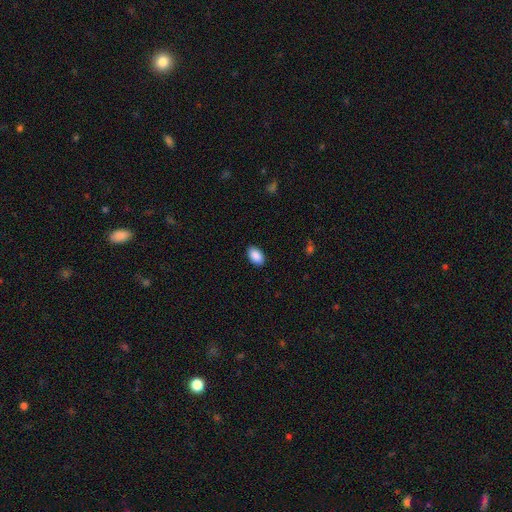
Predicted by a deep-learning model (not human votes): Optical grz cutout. It shows a smooth galaxy with no disk features (90%) that is in between round and cigar-shaped (93%). Merging: none (89%).